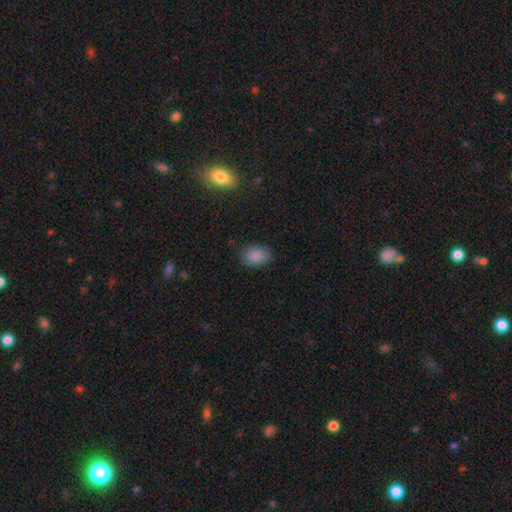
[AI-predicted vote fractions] Smooth or featured? smooth (87%)
How rounded? in between (78%)
Merging? none (80%)